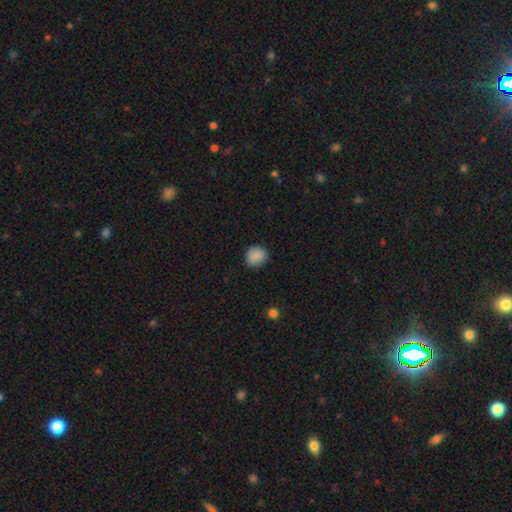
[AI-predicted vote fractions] smooth_or_featured: smooth (p=0.88) [alt: star or artifact p=0.09]
how_rounded: round (p=0.83) [alt: in between p=0.16]
merging: none (p=0.85) [alt: minor disturbance p=0.11]